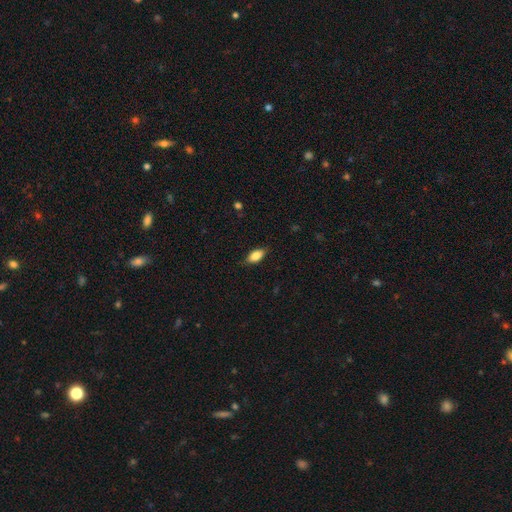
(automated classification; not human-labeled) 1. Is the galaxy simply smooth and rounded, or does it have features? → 84% smooth, 9% featured or disk, 7% star or artifact.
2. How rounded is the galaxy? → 88% in between, 8% cigar-shaped, 4% round.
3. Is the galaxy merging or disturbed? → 83% none, 14% minor disturbance, 3% major disturbance, 1% merger.